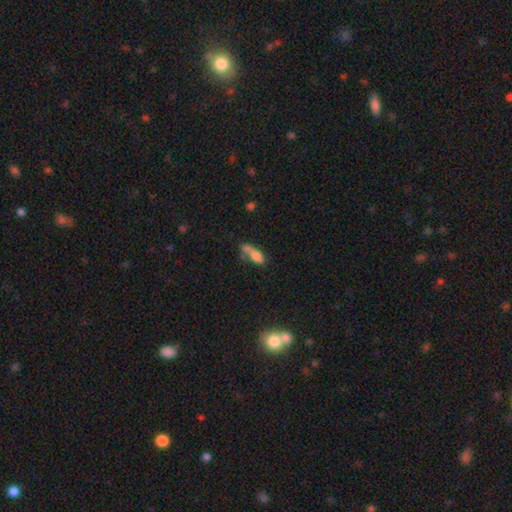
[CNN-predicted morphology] Q: Smooth or featured?
A: smooth (69%); runner-up: featured or disk (19%)
Q: How rounded?
A: in between (70%); runner-up: cigar-shaped (25%)
Q: Merging?
A: merger (38%); runner-up: none (28%)